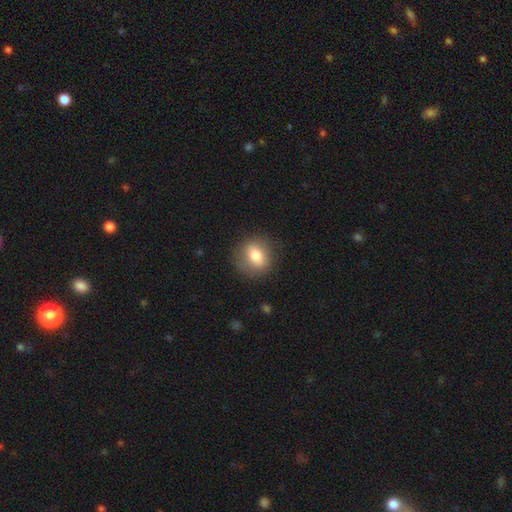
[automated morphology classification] A smooth galaxy with no disk features (74%) that is round (57%). Merging: none (82%).